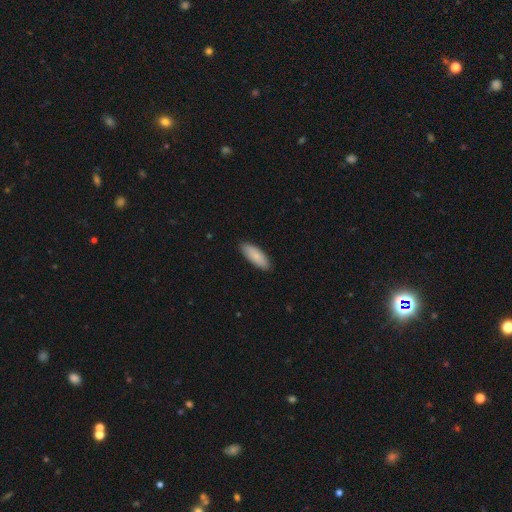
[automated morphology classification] Overall: smooth (85%). How rounded: in between (71%). Merging: none (89%).